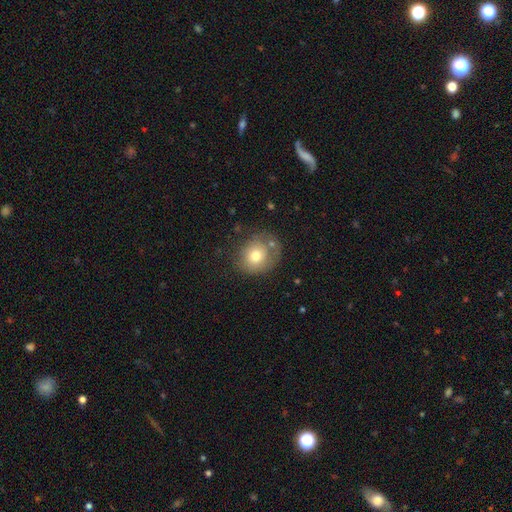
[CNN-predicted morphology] Smooth or featured? Predicted: smooth (p=0.72). How rounded? Predicted: round (p=0.71). Merging? Predicted: none (p=0.56).